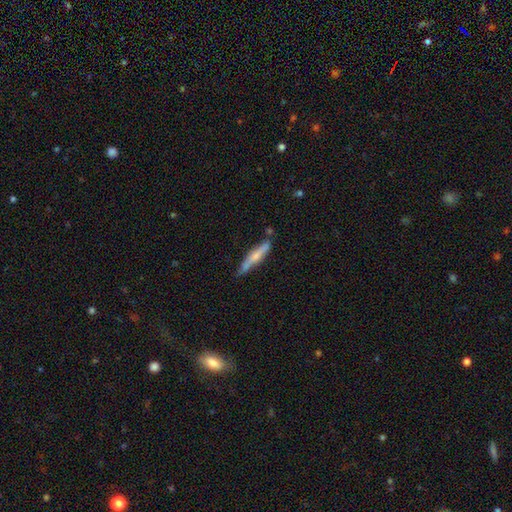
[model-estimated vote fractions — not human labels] A smooth galaxy with no disk features (54%) that is cigar-shaped (91%).

Vote fractions:
- Smooth or featured? smooth: 54% / featured or disk: 41% / star or artifact: 6%
- How rounded? cigar-shaped: 91% / in between: 8% / round: 1%
- Merging? none: 67% / minor disturbance: 23% / merger: 6% / major disturbance: 4%